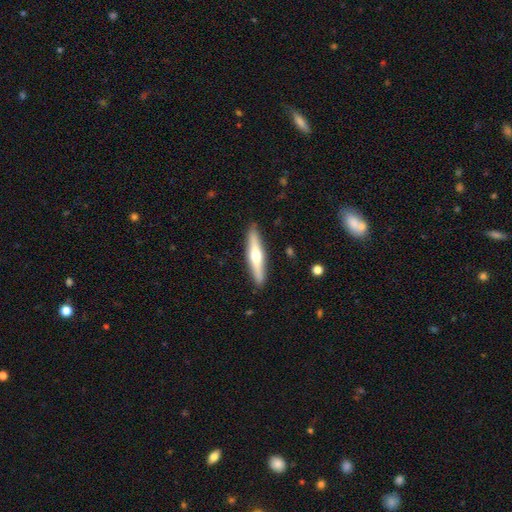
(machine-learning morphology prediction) Q: Smooth or featured?
A: featured or disk (54%); runner-up: smooth (41%)
Q: Edge-on disk?
A: yes (94%); runner-up: no (6%)
Q: Edge-on bulge?
A: rounded (91%); runner-up: none (6%)
Q: Merging?
A: none (89%); runner-up: minor disturbance (8%)